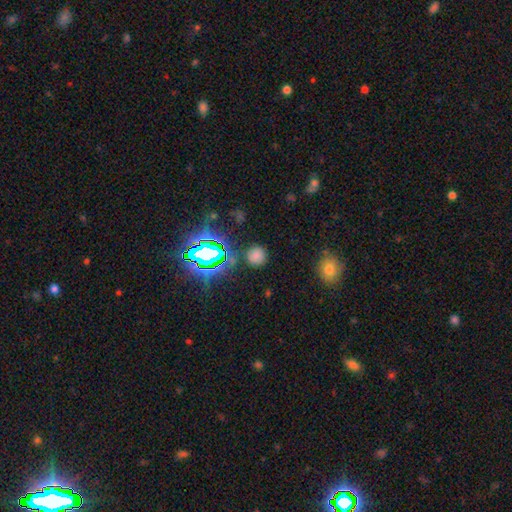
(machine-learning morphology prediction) type=smooth (68%); roundness=round (90%); merging=none (84%).